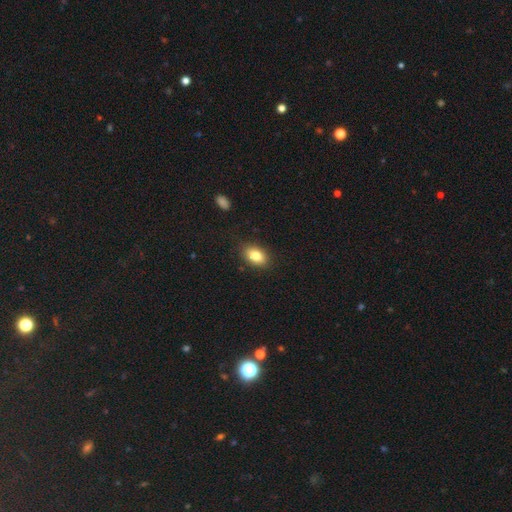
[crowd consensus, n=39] This is clearly a smooth galaxy (87%). How rounded: clearly in between (97%). Merging: likely none (79%).